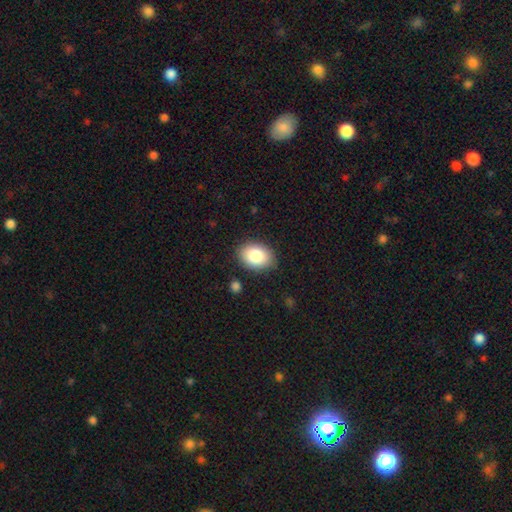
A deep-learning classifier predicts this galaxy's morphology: smooth 85%, featured or disk 8%, star or artifact 7%. Down the decision tree: how rounded — in between (80%); merging — none (86%).